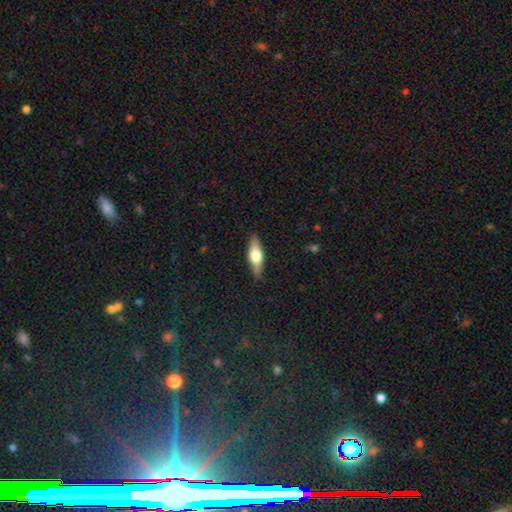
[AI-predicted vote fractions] Q: Smooth or featured?
A: featured or disk (51%); runner-up: smooth (43%)
Q: Edge-on disk?
A: yes (92%); runner-up: no (8%)
Q: Merging?
A: none (88%); runner-up: minor disturbance (9%)